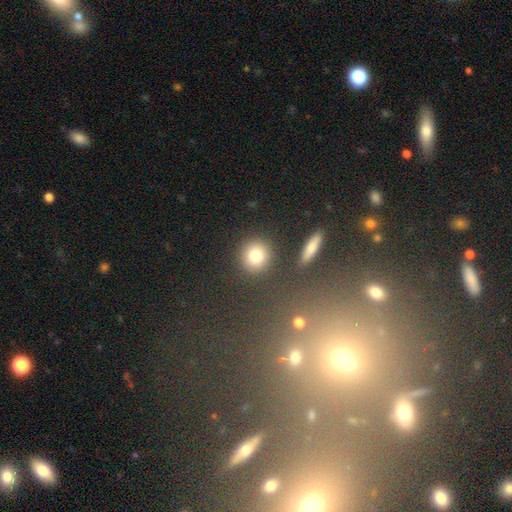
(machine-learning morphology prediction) This appears to be a smooth galaxy with no disk features (80%) that is round (88%). Merging: none (87%).